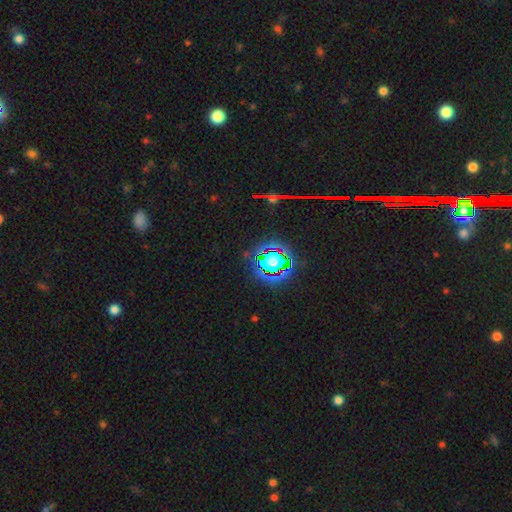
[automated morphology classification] This appears to be a star or artifact, not a galaxy (82%).